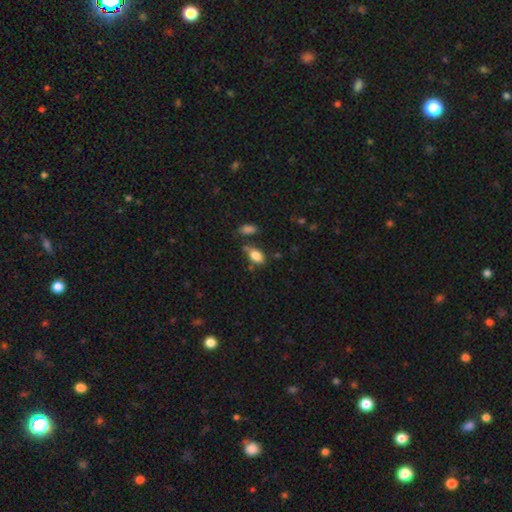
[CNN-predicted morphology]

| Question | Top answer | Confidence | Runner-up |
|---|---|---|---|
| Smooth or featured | smooth | 82% | featured or disk (10%) |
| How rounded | in between | 88% | round (6%) |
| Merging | none | 57% | minor disturbance (23%) |